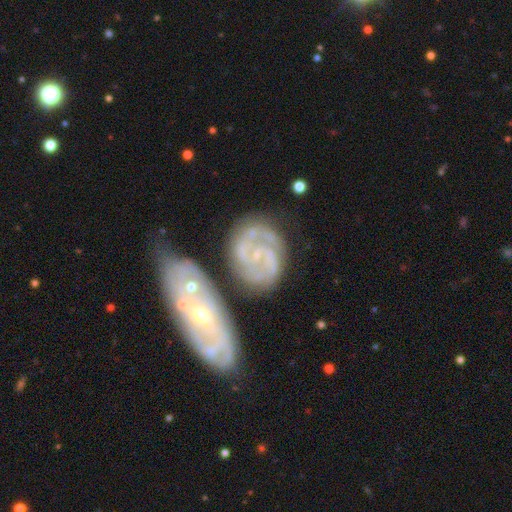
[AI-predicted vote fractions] Morphology: type=featured or disk (82%); edge-on=no (96%); bar=no (62%); spiral arms=yes (93%); winding=tight (58%); arm count=2 (33%); bulge=small (63%); merging=none (54%).